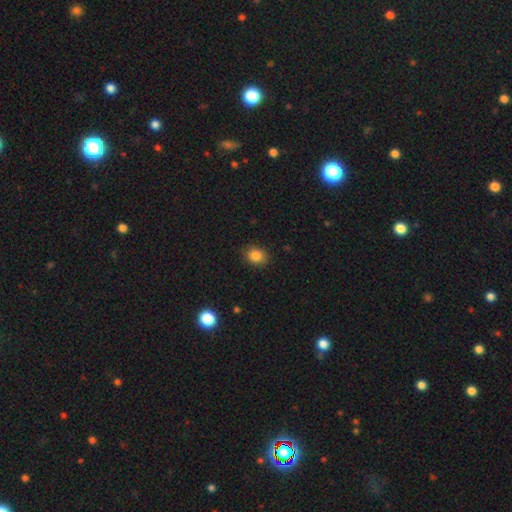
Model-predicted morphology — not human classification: smooth 84%, star or artifact 11%, featured or disk 5%. Down the decision tree: how rounded — round (57%); merging — none (88%).